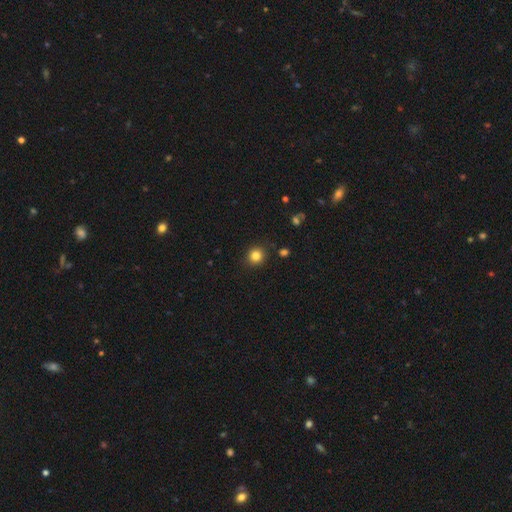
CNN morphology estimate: smooth 82%, star or artifact 12%, featured or disk 5%. Down the decision tree: how rounded — round (86%); merging — none (88%).